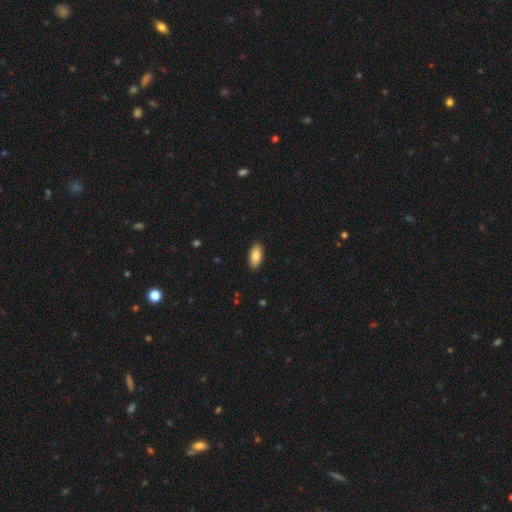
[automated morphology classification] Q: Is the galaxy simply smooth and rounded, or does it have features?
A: smooth — 85%.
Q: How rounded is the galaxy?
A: in between — 88%.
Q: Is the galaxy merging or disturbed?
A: none — 89%.